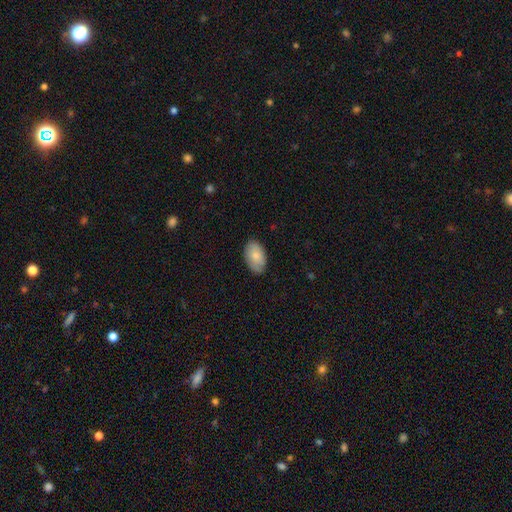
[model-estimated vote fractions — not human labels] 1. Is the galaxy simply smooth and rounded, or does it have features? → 83% smooth, 12% featured or disk, 6% star or artifact.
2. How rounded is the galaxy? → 93% in between, 6% round, 1% cigar-shaped.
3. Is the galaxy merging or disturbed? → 83% none, 14% minor disturbance, 2% major disturbance, 1% merger.